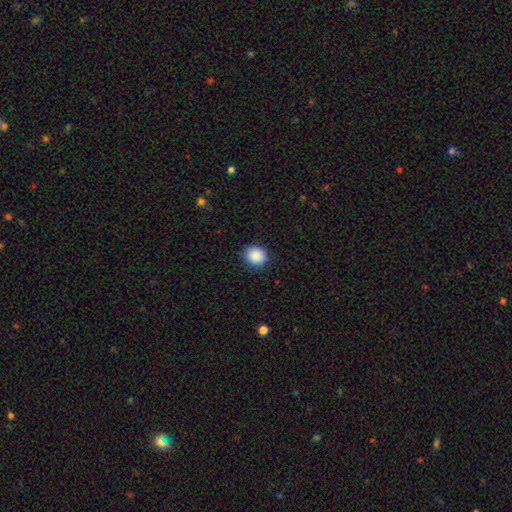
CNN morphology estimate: smooth-or-featured: smooth: 90% | star or artifact: 8% | featured or disk: 2%
  how-rounded: round: 78% | in between: 21% | cigar-shaped: 1%
  merging: none: 89% | minor disturbance: 8% | major disturbance: 2% | merger: 1%